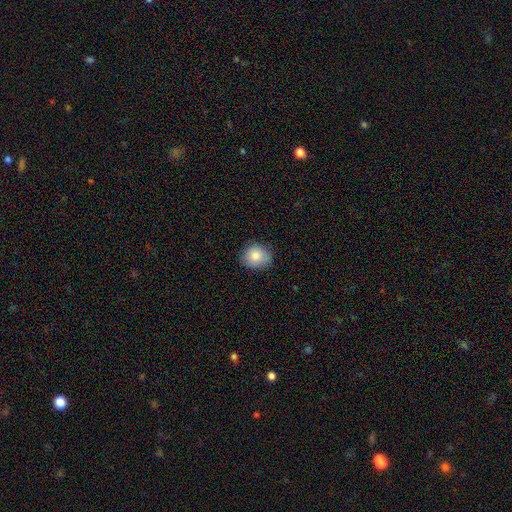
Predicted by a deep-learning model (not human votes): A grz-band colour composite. It shows a smooth galaxy with no disk features (84%) that is round (71%). Merging: none (82%).